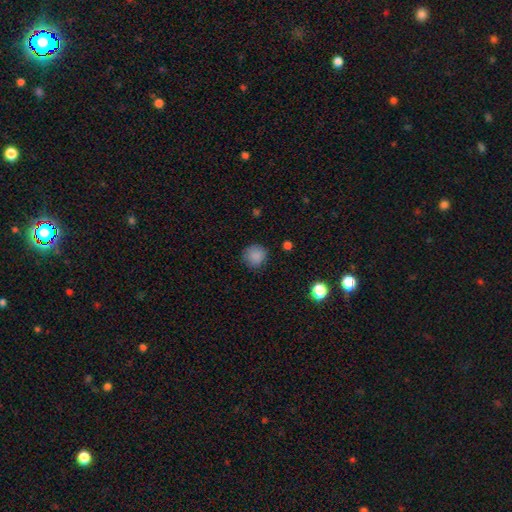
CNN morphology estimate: Smooth or featured: smooth — 86% (star or artifact — 10%)
How rounded: round — 91% (in between — 8%)
Merging: none — 84% (minor disturbance — 12%)